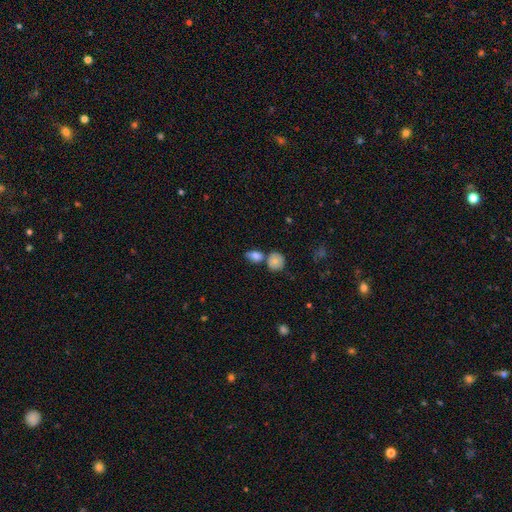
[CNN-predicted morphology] Smooth or featured? smooth (77%)
How rounded? in between (61%)
Merging? none (50%)